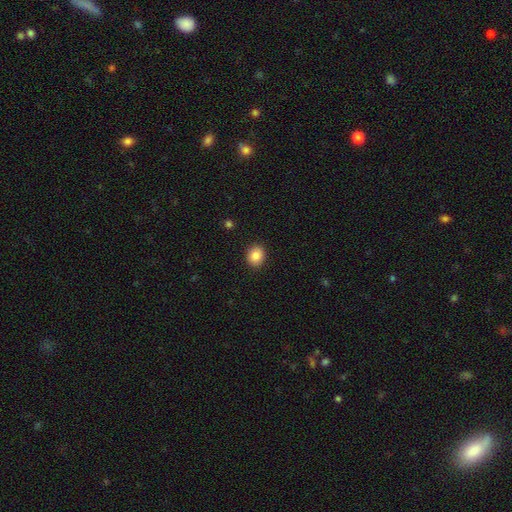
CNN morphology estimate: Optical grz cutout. It shows a smooth galaxy with no disk features (85%) that is round (62%). Merging: none (91%).